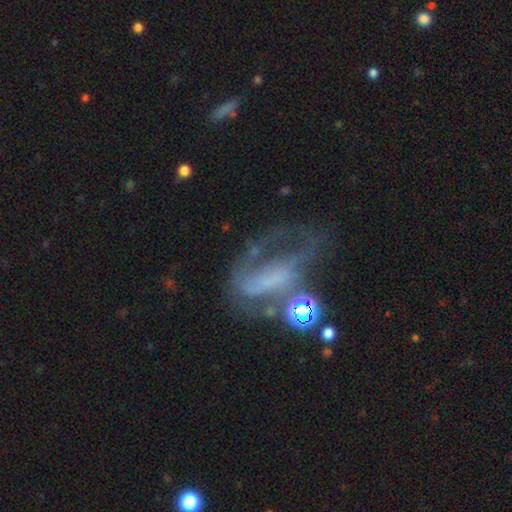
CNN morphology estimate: featured or disk 62%, smooth 19%, star or artifact 19%. Down the decision tree: edge-on disk — no (91%); bar — no (43%); spiral arms — yes (56%); bulge size — none (54%); merging — major disturbance (41%).